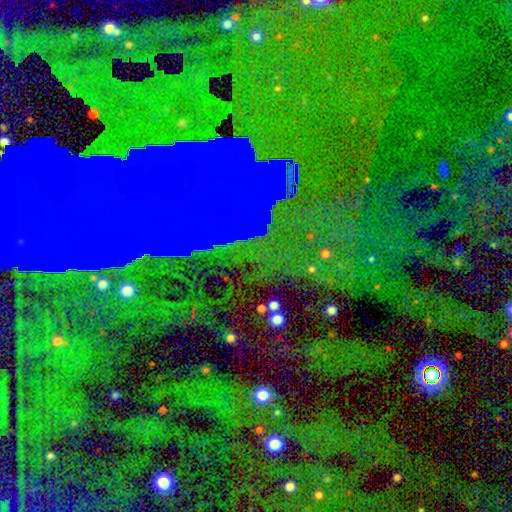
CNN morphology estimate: Smooth or featured: star or artifact — 78% (featured or disk — 13%)